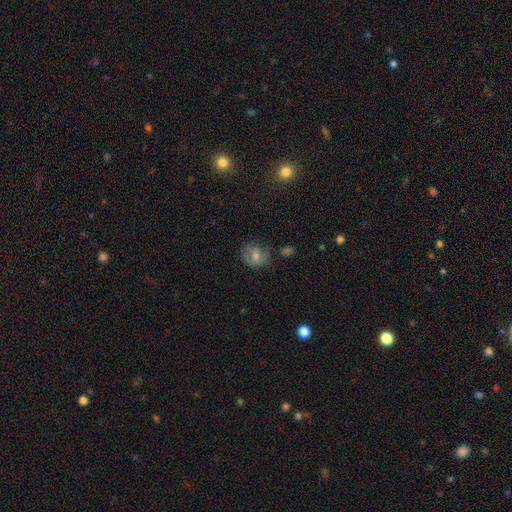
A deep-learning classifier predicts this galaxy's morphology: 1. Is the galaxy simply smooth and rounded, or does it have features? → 47% smooth, 38% featured or disk, 16% star or artifact.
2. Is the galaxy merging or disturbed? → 67% none, 21% minor disturbance, 9% major disturbance, 3% merger.